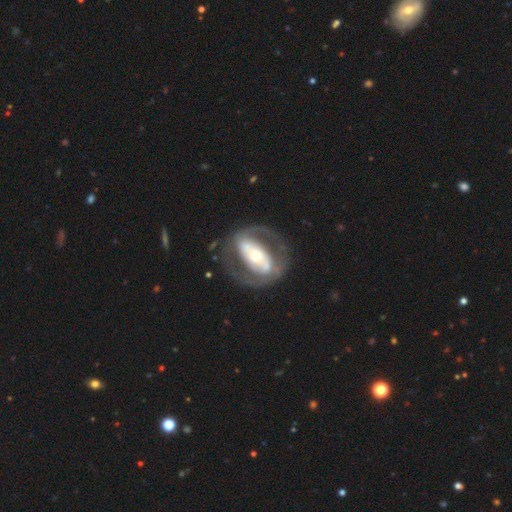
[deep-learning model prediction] Smooth or featured? featured or disk (78%)
Edge-on disk? no (94%)
Bar? strong (48%)
Spiral arms? yes (57%)
Bulge size? moderate (56%)
Merging? none (70%)